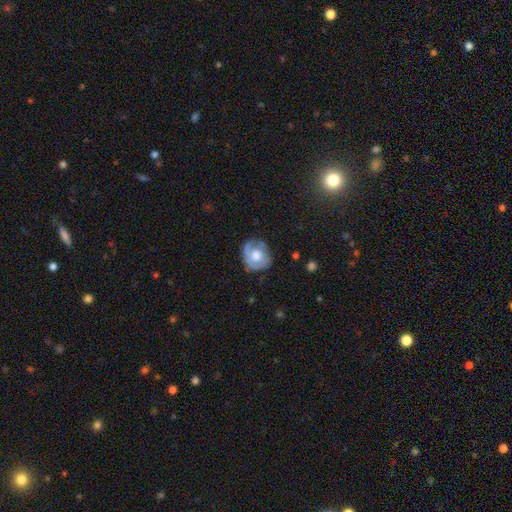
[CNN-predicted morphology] Q: Smooth or featured?
A: featured or disk (47%); runner-up: smooth (46%)
Q: Merging?
A: none (63%); runner-up: minor disturbance (26%)